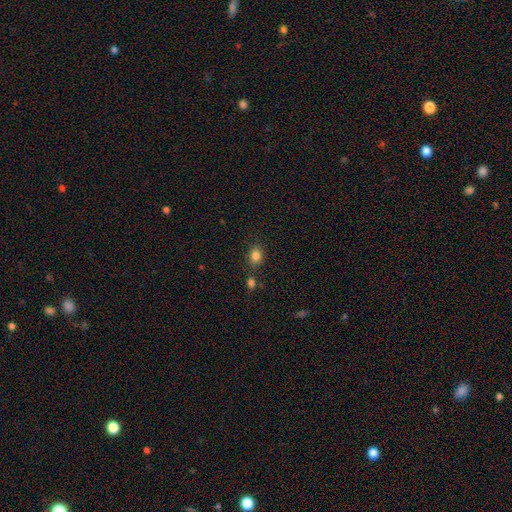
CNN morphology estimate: This appears to be a smooth galaxy with no disk features (83%) that is in between round and cigar-shaped (69%). Merging: none (73%).